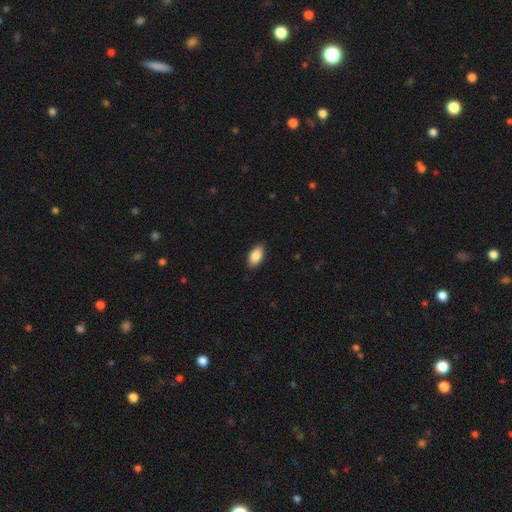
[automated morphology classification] Smooth or featured: smooth — 86% (featured or disk — 8%)
How rounded: in between — 93% (cigar-shaped — 4%)
Merging: none — 88% (minor disturbance — 10%)